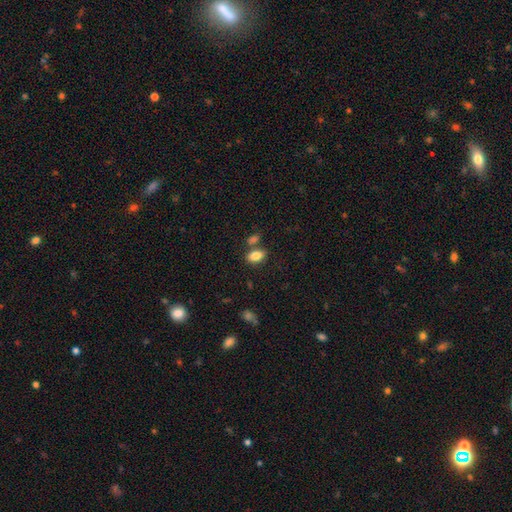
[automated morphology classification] A smooth galaxy with no disk features (84%) that is in between round and cigar-shaped (89%).

Vote fractions:
- Smooth or featured? smooth: 84% / star or artifact: 8% / featured or disk: 8%
- How rounded? in between: 89% / round: 8% / cigar-shaped: 3%
- Merging? none: 67% / merger: 18% / minor disturbance: 11% / major disturbance: 3%